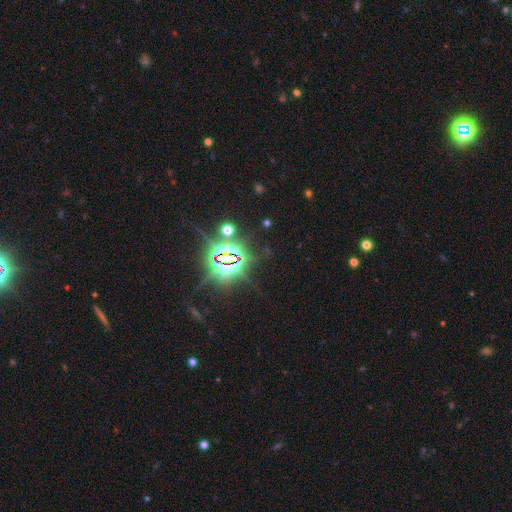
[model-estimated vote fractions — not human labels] Smooth or featured? star or artifact (86%)